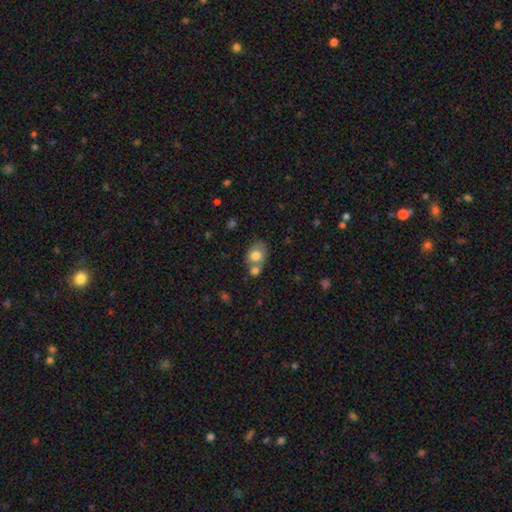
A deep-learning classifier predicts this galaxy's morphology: A smooth galaxy with no disk features (75%) that is in between round and cigar-shaped (62%). Merging: merger (41%).